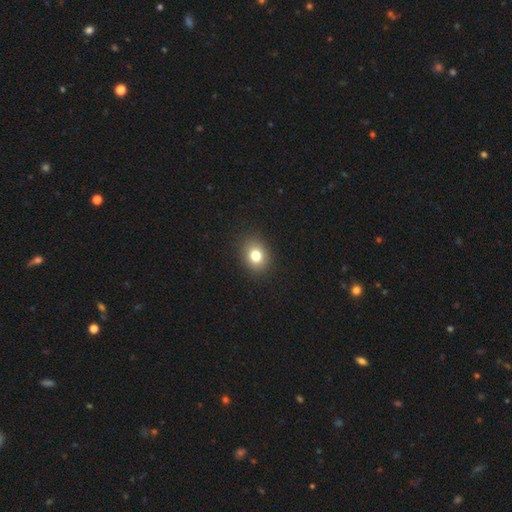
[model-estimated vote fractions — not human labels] smooth-or-featured: smooth: 79% | star or artifact: 12% | featured or disk: 9%
  how-rounded: round: 54% | in between: 45% | cigar-shaped: 1%
  merging: none: 90% | minor disturbance: 7% | major disturbance: 2% | merger: 1%